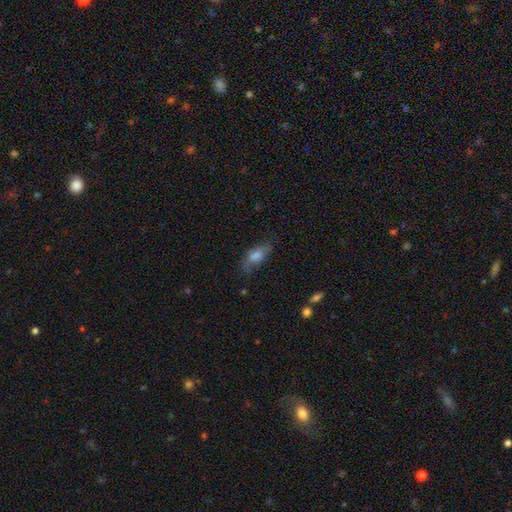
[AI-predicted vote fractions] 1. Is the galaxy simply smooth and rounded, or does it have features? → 61% smooth, 26% featured or disk, 13% star or artifact.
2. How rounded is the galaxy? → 75% in between, 18% cigar-shaped, 7% round.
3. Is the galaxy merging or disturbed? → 60% none, 26% minor disturbance, 13% major disturbance, 2% merger.